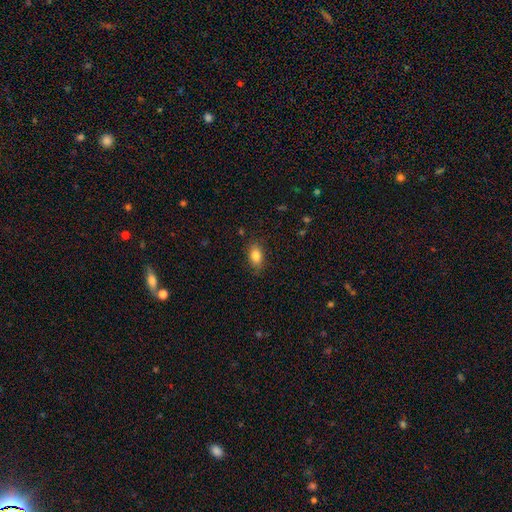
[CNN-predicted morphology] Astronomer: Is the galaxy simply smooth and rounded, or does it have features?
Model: smooth — 83%.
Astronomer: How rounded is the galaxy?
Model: in between — 86%.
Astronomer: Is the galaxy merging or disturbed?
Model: none — 83%.